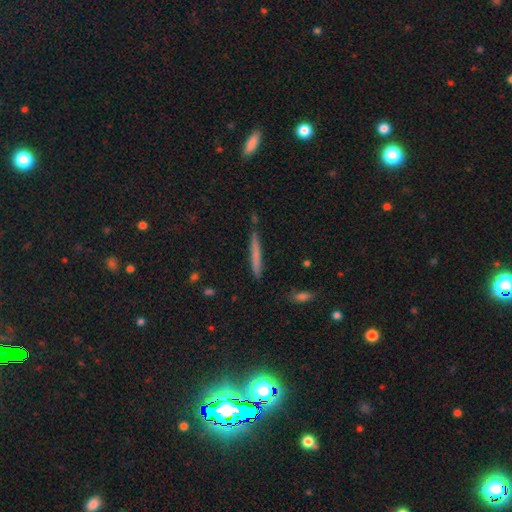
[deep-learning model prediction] Smooth or featured? Predicted: smooth (p=0.66). How rounded? Predicted: cigar-shaped (p=0.96). Merging? Predicted: none (p=0.85).